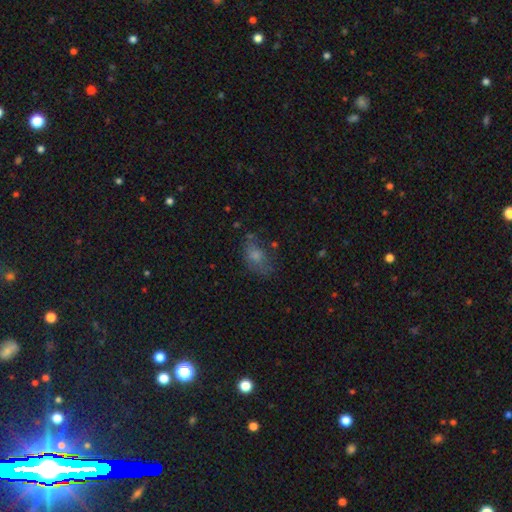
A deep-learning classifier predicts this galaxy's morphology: smooth_or_featured: smooth (p=0.65) [alt: featured or disk p=0.22]
how_rounded: in between (p=0.82) [alt: round p=0.16]
merging: none (p=0.50) [alt: minor disturbance p=0.28]